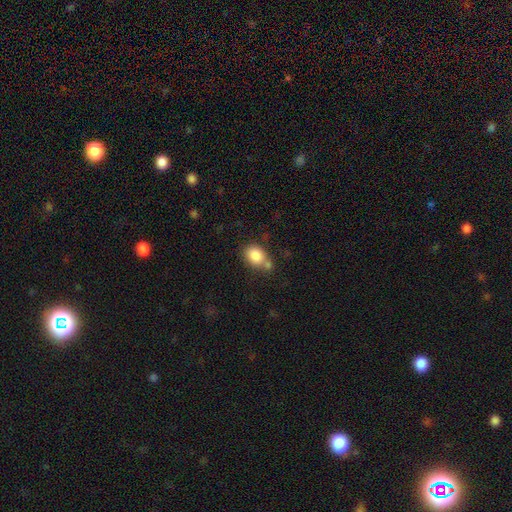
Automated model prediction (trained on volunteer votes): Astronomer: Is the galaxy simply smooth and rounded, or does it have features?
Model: smooth — 84%.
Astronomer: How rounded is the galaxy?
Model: in between — 54% (runner-up: round, 45%).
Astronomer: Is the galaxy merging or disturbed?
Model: none — 55%.